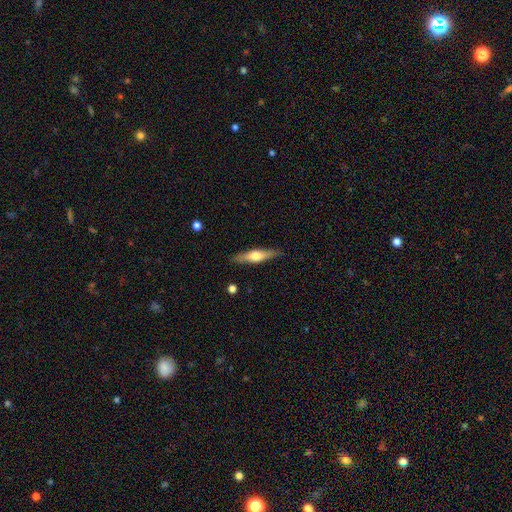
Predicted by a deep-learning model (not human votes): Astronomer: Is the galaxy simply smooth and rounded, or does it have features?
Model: featured or disk — 54% (runner-up: smooth, 41%).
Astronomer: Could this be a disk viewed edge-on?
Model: yes — 93%.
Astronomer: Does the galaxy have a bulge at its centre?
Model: rounded — 91%.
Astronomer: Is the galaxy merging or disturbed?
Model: none — 88%.